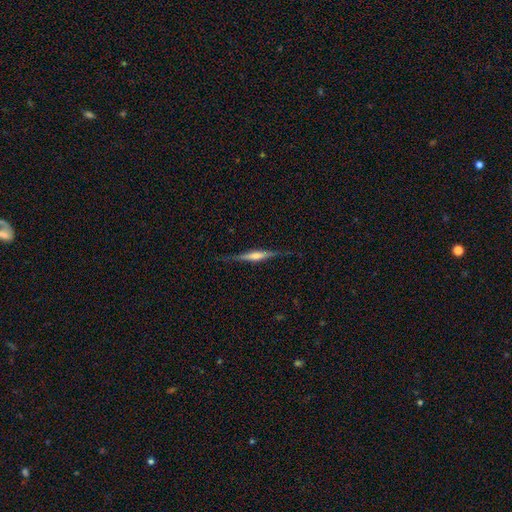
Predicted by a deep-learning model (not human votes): Morphology: type=featured or disk (72%); edge-on=yes (98%); edge-on bulge=rounded (67%); merging=none (85%).